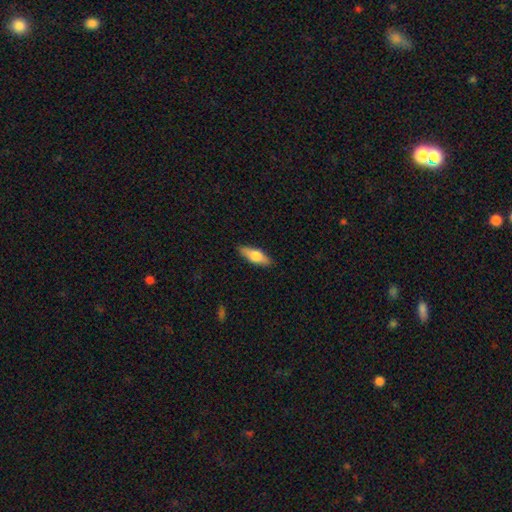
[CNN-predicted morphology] Smooth or featured?
  - smooth: 65% *
  - featured or disk: 29%
  - star or artifact: 6%
How rounded?
  - in between: 65% *
  - cigar-shaped: 32%
  - round: 3%
Merging?
  - none: 87% *
  - minor disturbance: 10%
  - major disturbance: 2%
  - merger: 1%